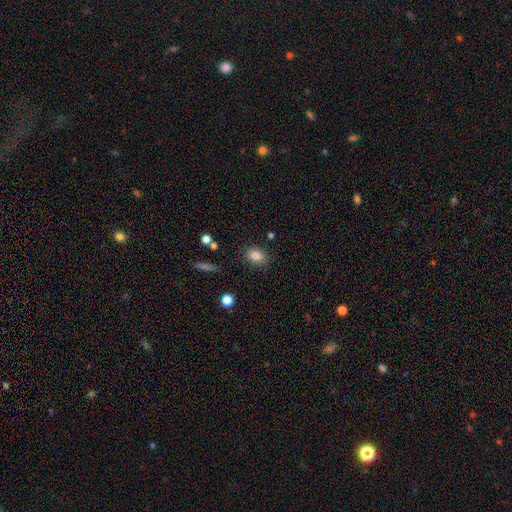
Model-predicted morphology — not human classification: type=smooth (81%); roundness=in between (68%); merging=none (83%).